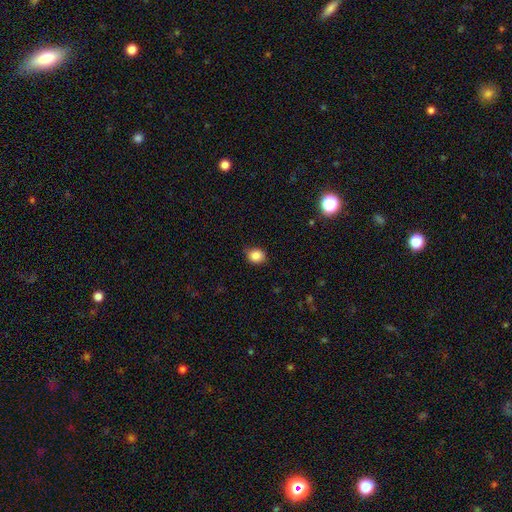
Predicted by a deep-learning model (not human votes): Smooth or featured? Predicted: smooth (p=0.85). How rounded? Predicted: round (p=0.61). Merging? Predicted: none (p=0.78).